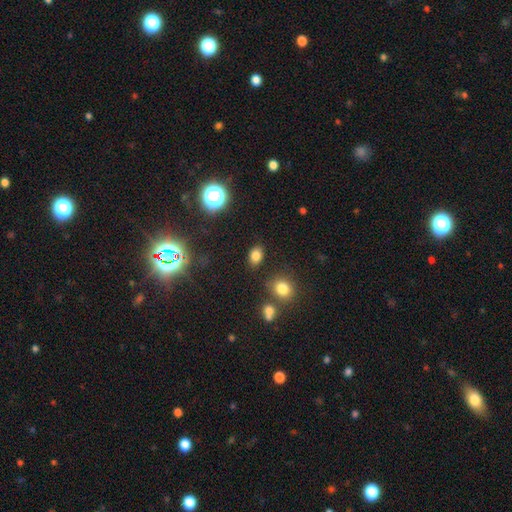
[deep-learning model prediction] Smooth or featured? Predicted: smooth (p=0.80). How rounded? Predicted: in between (p=0.75). Merging? Predicted: none (p=0.84).